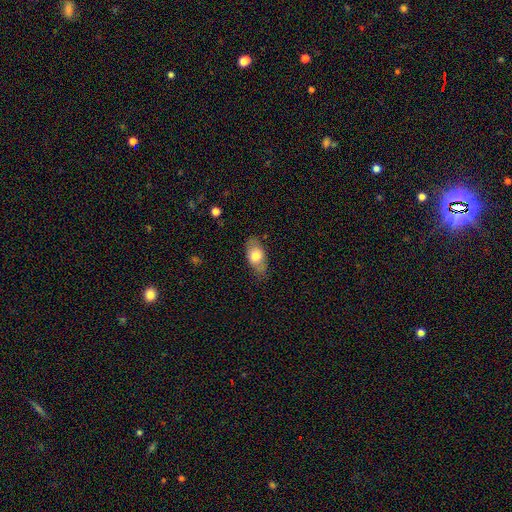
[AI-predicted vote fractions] A smooth galaxy with no disk features (71%) that is in between round and cigar-shaped (88%). Merging: none (76%).